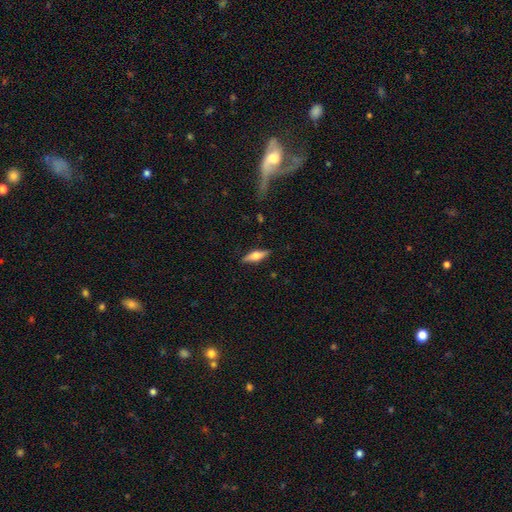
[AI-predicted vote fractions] This appears to be a smooth galaxy with no disk features (49%). Merging: none (88%).